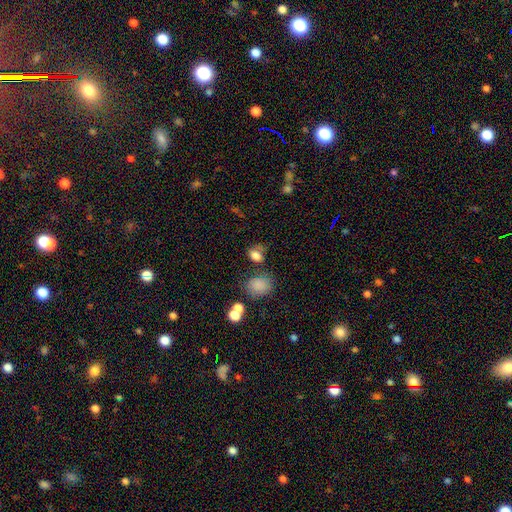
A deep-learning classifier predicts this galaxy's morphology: Smooth or featured?
  - smooth: 79% *
  - star or artifact: 13%
  - featured or disk: 9%
How rounded?
  - in between: 70% *
  - round: 29%
  - cigar-shaped: 2%
Merging?
  - none: 54% *
  - minor disturbance: 23%
  - merger: 12%
  - major disturbance: 11%